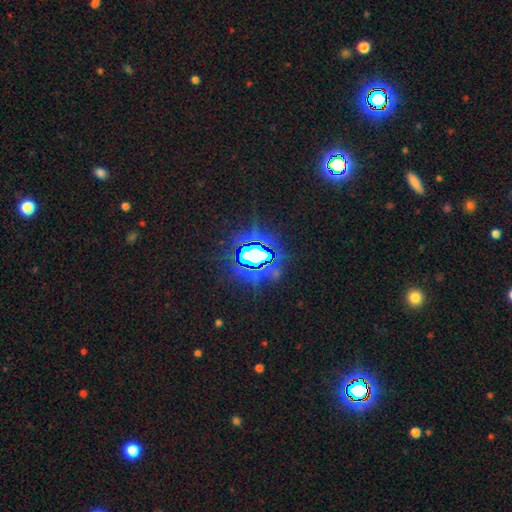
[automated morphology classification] Q: Smooth or featured?
A: star or artifact (81%); runner-up: smooth (11%)